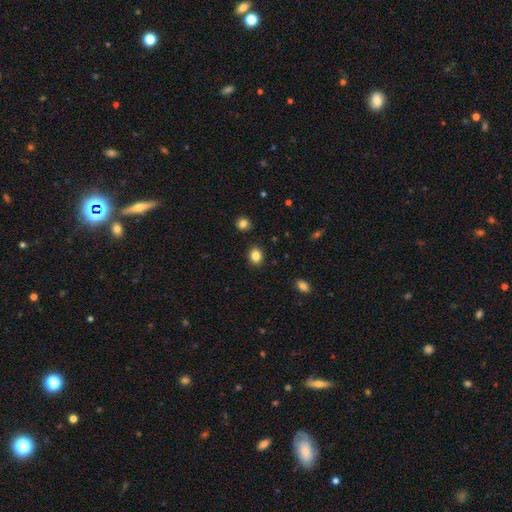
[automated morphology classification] A smooth galaxy with no disk features (85%) that is round (54%).

Vote fractions:
- Smooth or featured? smooth: 85% / star or artifact: 10% / featured or disk: 4%
- How rounded? round: 54% / in between: 45% / cigar-shaped: 1%
- Merging? none: 89% / minor disturbance: 7% / major disturbance: 2% / merger: 2%